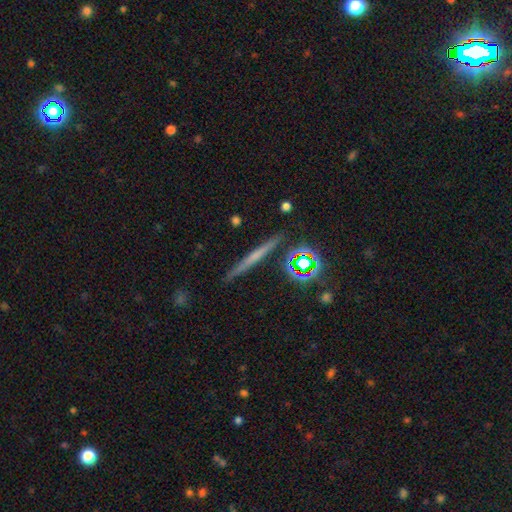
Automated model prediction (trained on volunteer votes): Smooth or featured? Predicted: featured or disk (p=0.45). Merging? Predicted: none (p=0.88).